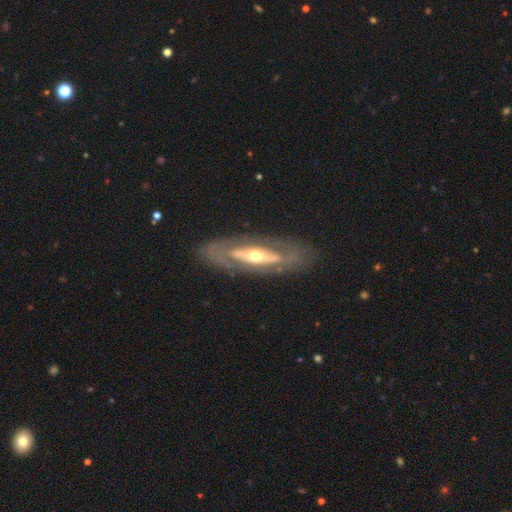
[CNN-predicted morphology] This appears to be a featured or disk galaxy (74%) with no bar (65%), no spiral arms (62%) and a moderate central bulge (67%). Merging: none (79%).